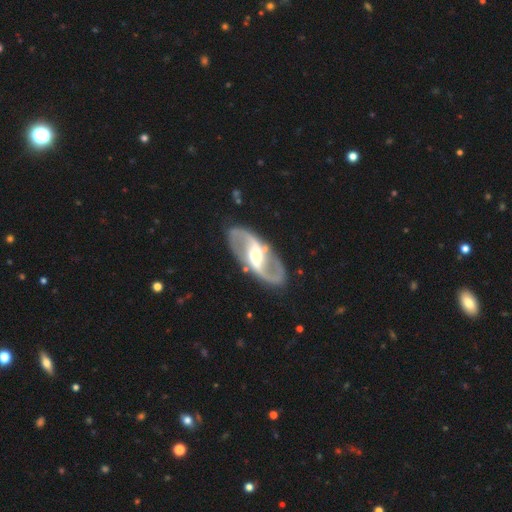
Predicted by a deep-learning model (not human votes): The model was most divided on "bar": strong: 44%, weak: 37%, no: 19%. Remaining: edge-on disk — no (96%); spiral arms — yes (96%); spiral arm count — 2 (94%); smooth or featured — featured or disk (90%); merging — none (85%); bulge size — moderate (58%); spiral winding — medium (48%).